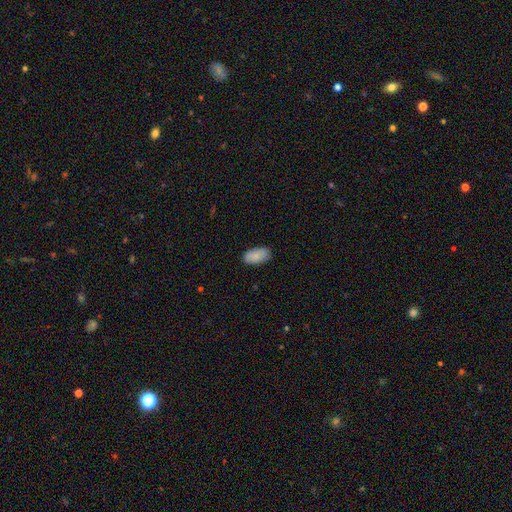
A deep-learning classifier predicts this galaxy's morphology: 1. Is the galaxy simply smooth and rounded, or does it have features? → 89% smooth, 6% star or artifact, 5% featured or disk.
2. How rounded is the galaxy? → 94% in between, 3% cigar-shaped, 3% round.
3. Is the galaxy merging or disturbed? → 85% none, 12% minor disturbance, 2% major disturbance, 1% merger.